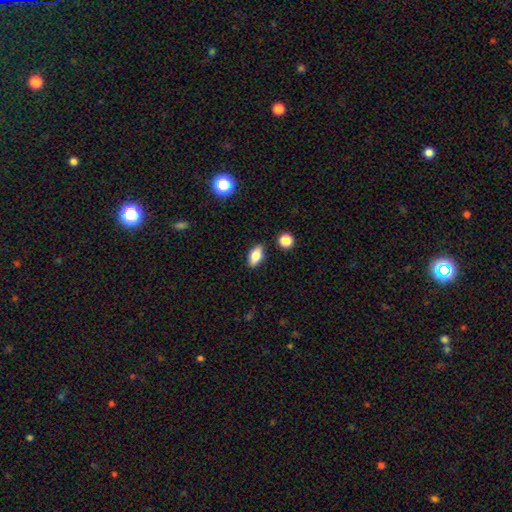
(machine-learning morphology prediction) Overall: smooth (77%). How rounded: in between (85%). Merging: none (87%).